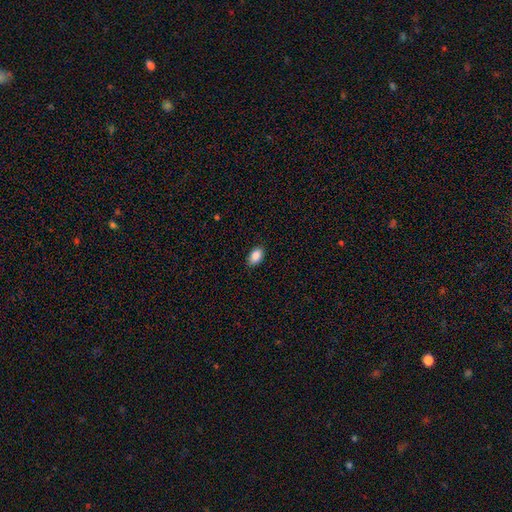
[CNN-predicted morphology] Smooth or featured: smooth — 88% (star or artifact — 8%)
How rounded: in between — 89% (round — 10%)
Merging: none — 86% (minor disturbance — 11%)